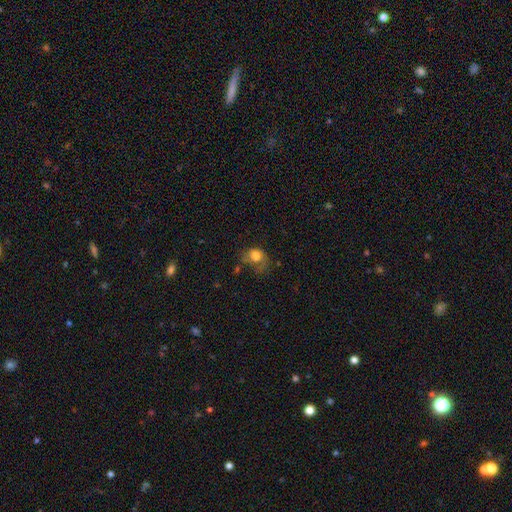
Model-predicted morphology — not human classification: A smooth galaxy with no disk features (68%) that is in between round and cigar-shaped (54%). Merging: major disturbance (44%).